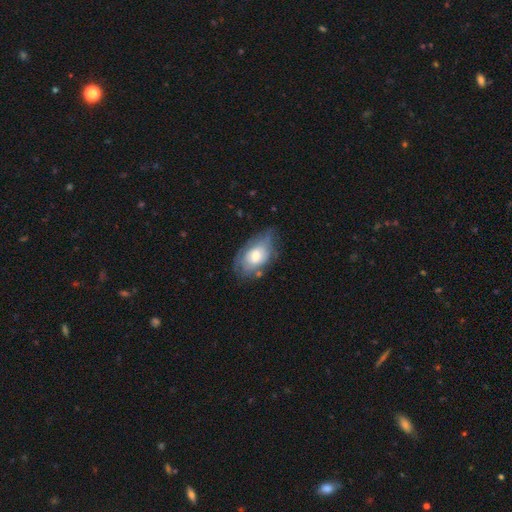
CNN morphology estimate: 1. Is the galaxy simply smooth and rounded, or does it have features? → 48% smooth, 45% featured or disk, 7% star or artifact.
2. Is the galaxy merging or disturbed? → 51% none, 33% minor disturbance, 13% major disturbance, 3% merger.